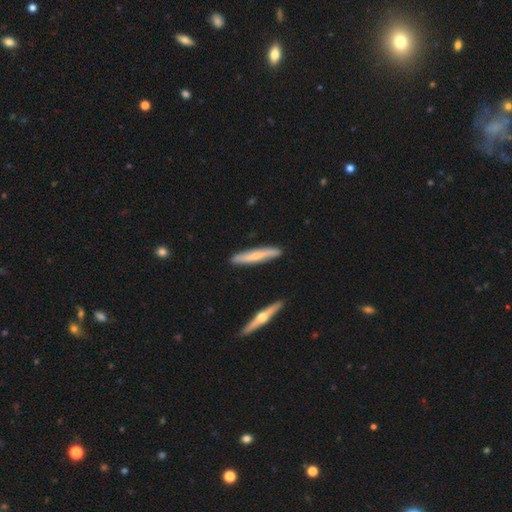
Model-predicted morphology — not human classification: The model was most divided on "smooth or featured": smooth: 49%, featured or disk: 46%, star or artifact: 6%. More confident: merging — none (86%).